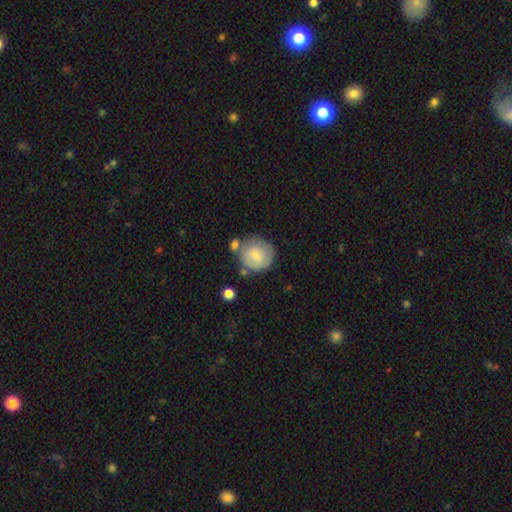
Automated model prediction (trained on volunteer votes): smooth-or-featured: smooth: 74% | featured or disk: 20% | star or artifact: 7%
  how-rounded: round: 88% | in between: 11% | cigar-shaped: 1%
  merging: none: 58% | minor disturbance: 20% | merger: 15% | major disturbance: 7%